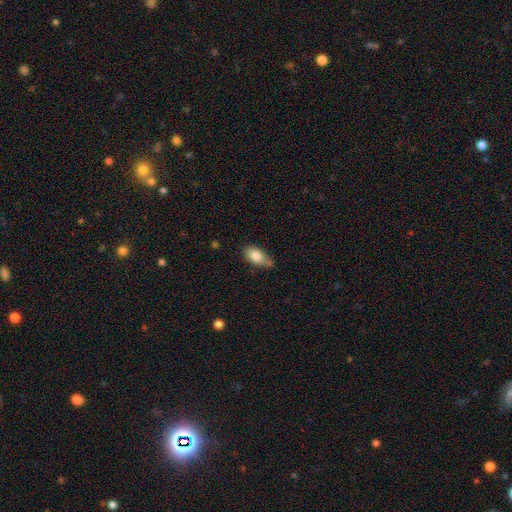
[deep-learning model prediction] Smooth or featured? Predicted: smooth (p=0.82). How rounded? Predicted: in between (p=0.90). Merging? Predicted: none (p=0.55).